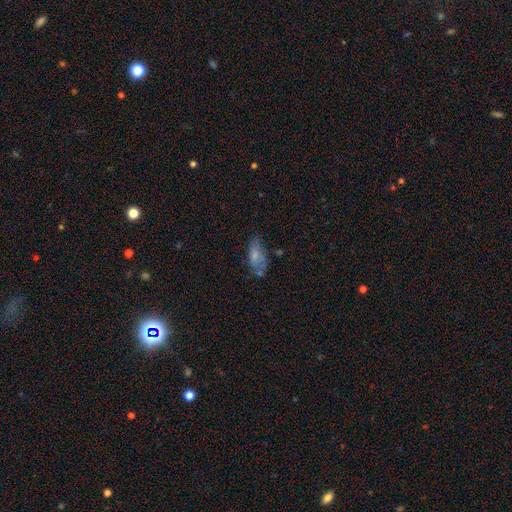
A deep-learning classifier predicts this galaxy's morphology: A smooth galaxy with no disk features (68%) that is in between round and cigar-shaped (84%).

Vote fractions:
- Smooth or featured? smooth: 68% / featured or disk: 23% / star or artifact: 9%
- How rounded? in between: 84% / cigar-shaped: 13% / round: 3%
- Merging? none: 45% / minor disturbance: 30% / major disturbance: 14% / merger: 11%